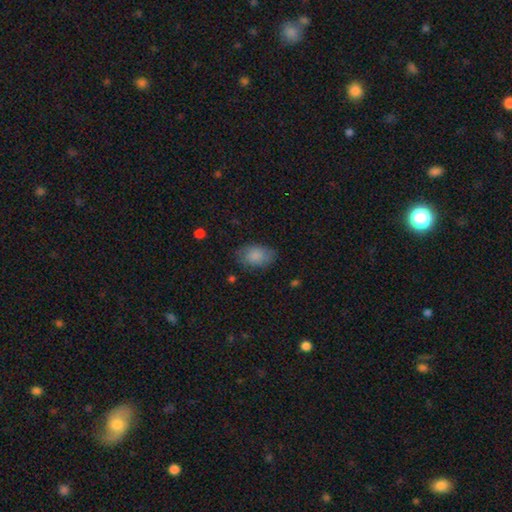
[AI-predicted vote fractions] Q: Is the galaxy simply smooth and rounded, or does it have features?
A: smooth — 84%.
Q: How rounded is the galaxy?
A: in between — 87%.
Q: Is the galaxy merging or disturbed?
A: none — 74%.